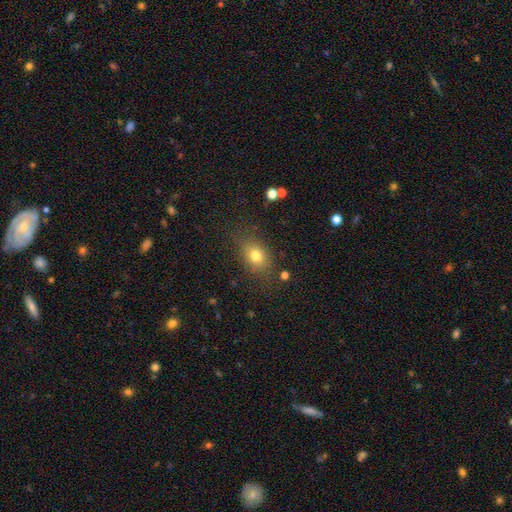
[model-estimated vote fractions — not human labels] A smooth galaxy with no disk features (77%) that is in between round and cigar-shaped (63%). Merging: none (79%).